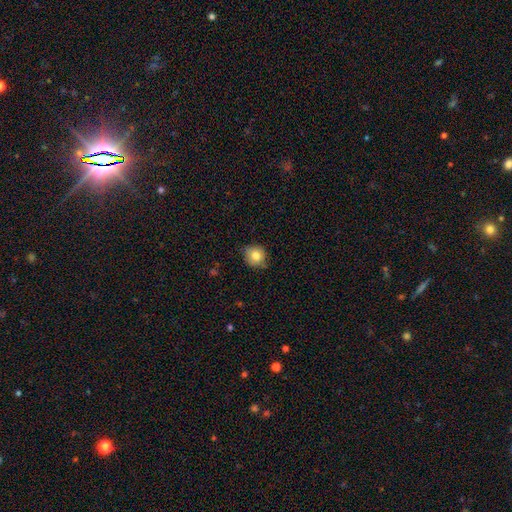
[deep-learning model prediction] Smooth or featured?
  - smooth: 81% *
  - featured or disk: 10%
  - star or artifact: 9%
How rounded?
  - round: 86% *
  - in between: 13%
  - cigar-shaped: 1%
Merging?
  - none: 77% *
  - minor disturbance: 19%
  - major disturbance: 3%
  - merger: 1%